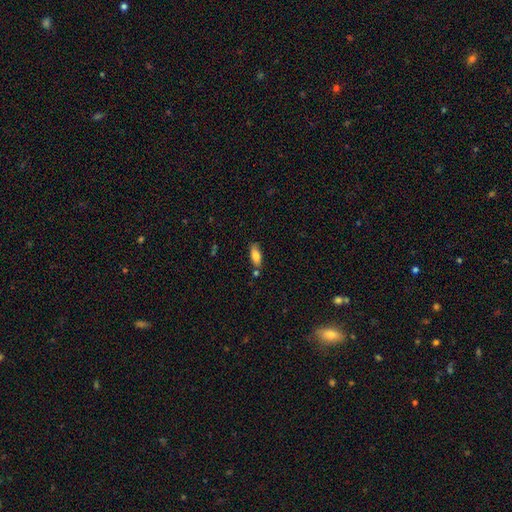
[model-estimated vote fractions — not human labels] Morphology: type=smooth (81%); roundness=in between (79%); merging=none (74%).